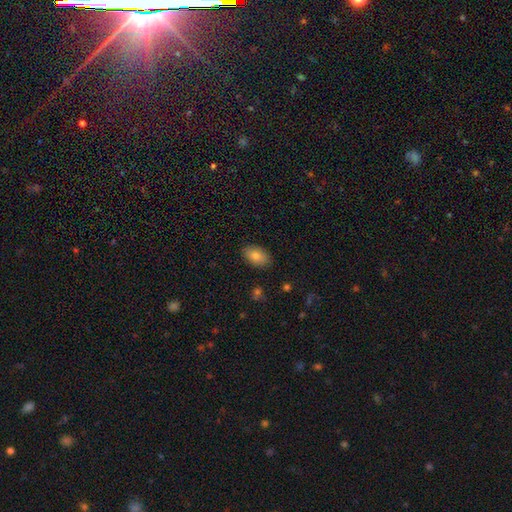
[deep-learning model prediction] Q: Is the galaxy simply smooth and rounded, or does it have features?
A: smooth — 80%.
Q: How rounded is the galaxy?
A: in between — 91%.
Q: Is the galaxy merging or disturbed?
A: none — 87%.